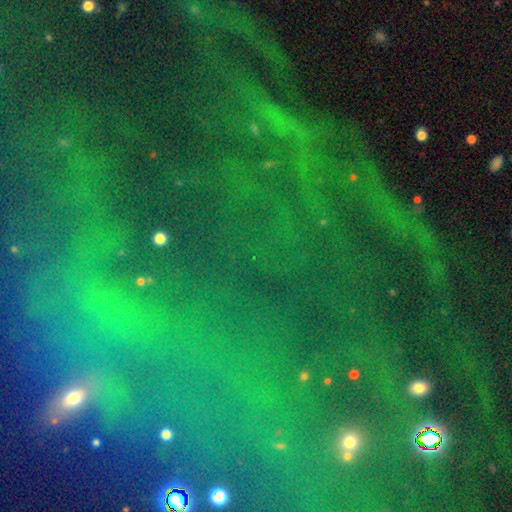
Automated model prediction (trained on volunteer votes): Morphology: type=star or artifact (79%).